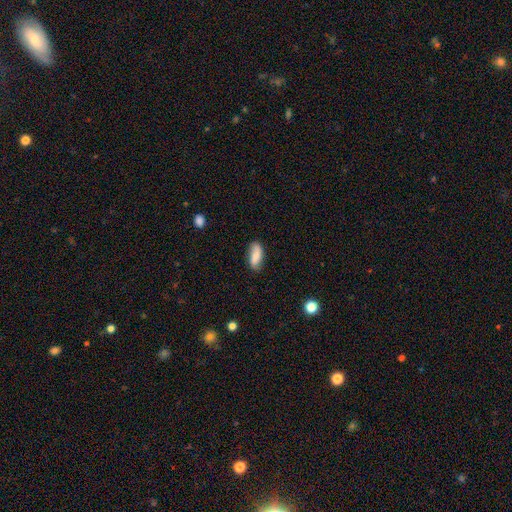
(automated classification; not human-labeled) A smooth galaxy with no disk features (72%) that is in between round and cigar-shaped (81%). Merging: none (79%).